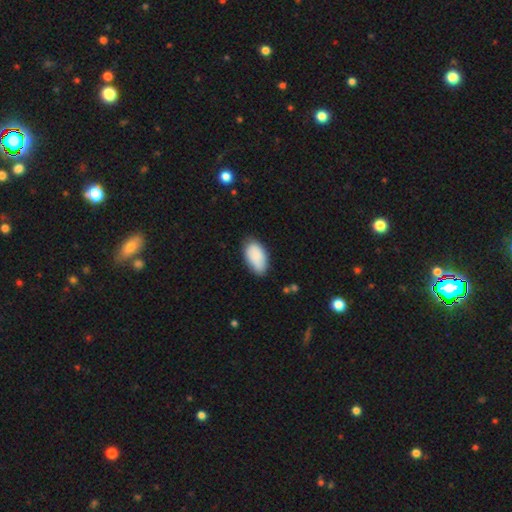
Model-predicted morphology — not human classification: Smooth or featured: smooth — 87% (featured or disk — 6%)
How rounded: in between — 95% (round — 3%)
Merging: none — 74% (minor disturbance — 20%)